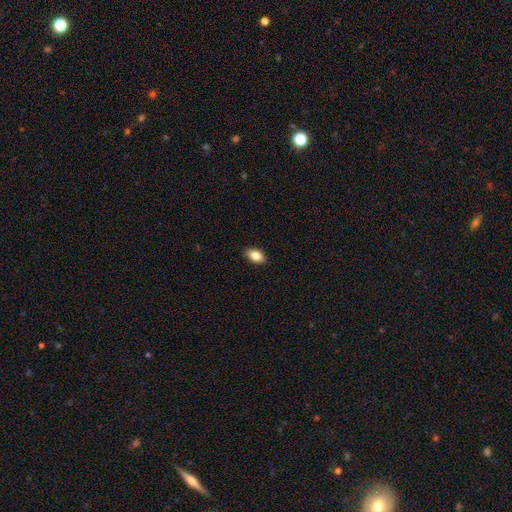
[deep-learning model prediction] A smooth galaxy with no disk features (84%) that is in between round and cigar-shaped (90%).

Vote fractions:
- Smooth or featured? smooth: 84% / featured or disk: 9% / star or artifact: 8%
- How rounded? in between: 90% / round: 8% / cigar-shaped: 3%
- Merging? none: 88% / minor disturbance: 10% / major disturbance: 2% / merger: 1%